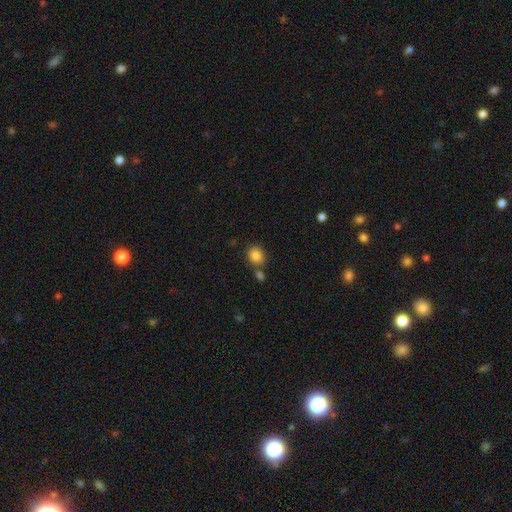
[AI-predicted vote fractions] Smooth or featured?
  - smooth: 85% *
  - star or artifact: 10%
  - featured or disk: 5%
How rounded?
  - round: 60% *
  - in between: 39%
  - cigar-shaped: 1%
Merging?
  - none: 69% *
  - merger: 16%
  - minor disturbance: 12%
  - major disturbance: 4%